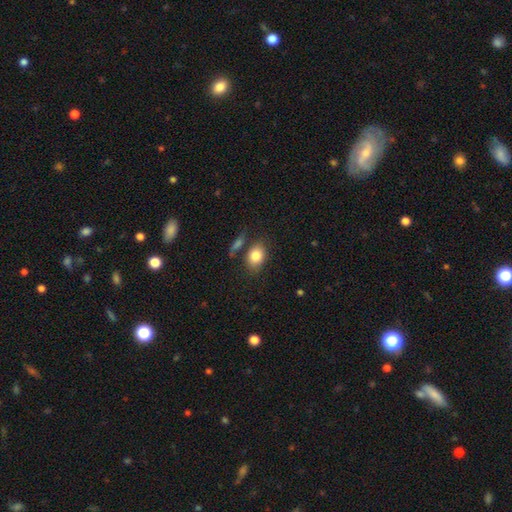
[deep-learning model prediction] A smooth galaxy with no disk features (82%) that is in between round and cigar-shaped (73%).

Vote fractions:
- Smooth or featured? smooth: 82% / featured or disk: 10% / star or artifact: 8%
- How rounded? in between: 73% / round: 26% / cigar-shaped: 2%
- Merging? none: 70% / minor disturbance: 14% / merger: 11% / major disturbance: 5%